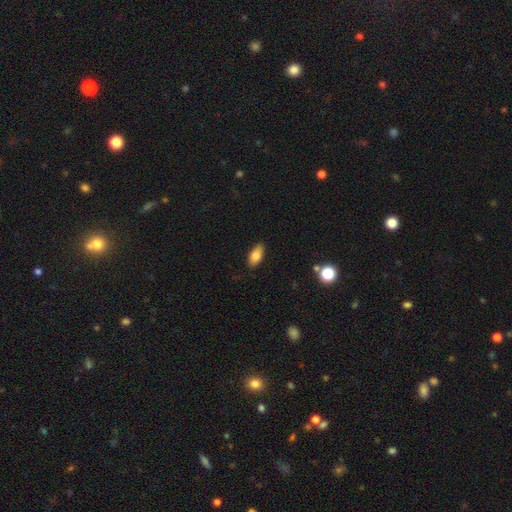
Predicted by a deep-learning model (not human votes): Morphology: type=smooth (80%); roundness=in between (88%); merging=none (84%).